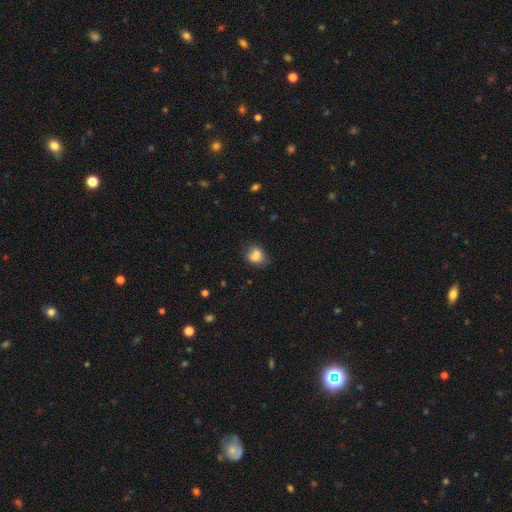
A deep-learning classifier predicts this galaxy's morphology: smooth_or_featured: smooth (p=0.73) [alt: featured or disk p=0.16]
how_rounded: round (p=0.52) [alt: in between p=0.47]
merging: none (p=0.39) [alt: merger p=0.35]